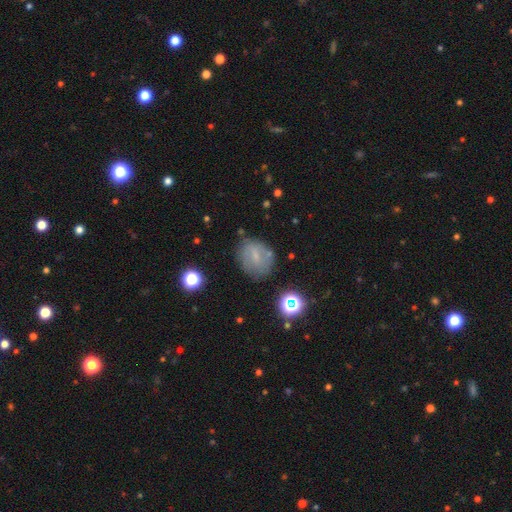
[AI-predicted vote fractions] Morphology: type=smooth (52%); roundness=round (65%); merging=none (72%).